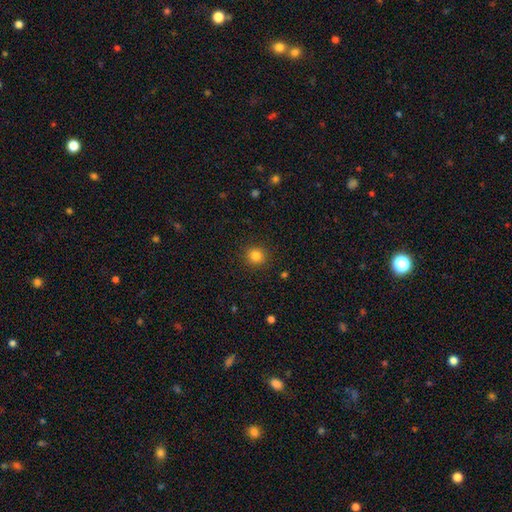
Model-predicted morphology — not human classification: Q: Smooth or featured?
A: smooth (83%); runner-up: star or artifact (12%)
Q: How rounded?
A: round (91%); runner-up: in between (8%)
Q: Merging?
A: none (91%); runner-up: minor disturbance (6%)